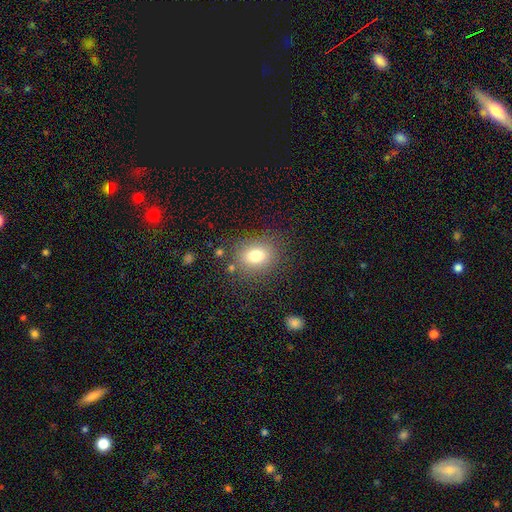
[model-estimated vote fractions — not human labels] smooth_or_featured: smooth (p=0.77) [alt: star or artifact p=0.12]
how_rounded: round (p=0.51) [alt: in between p=0.48]
merging: none (p=0.81) [alt: minor disturbance p=0.11]